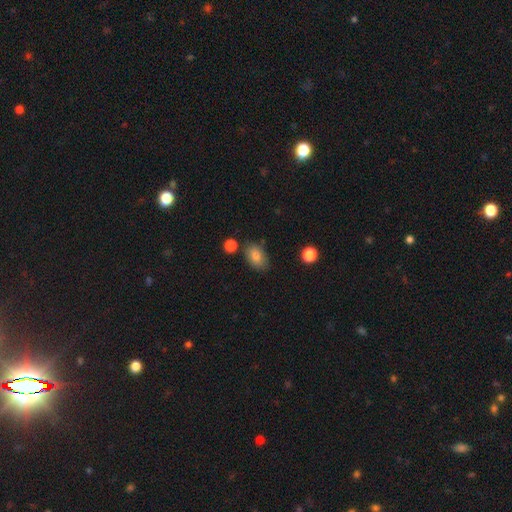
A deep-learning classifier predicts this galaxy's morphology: Overall: smooth (81%). How rounded: in between (87%). Merging: none (73%).